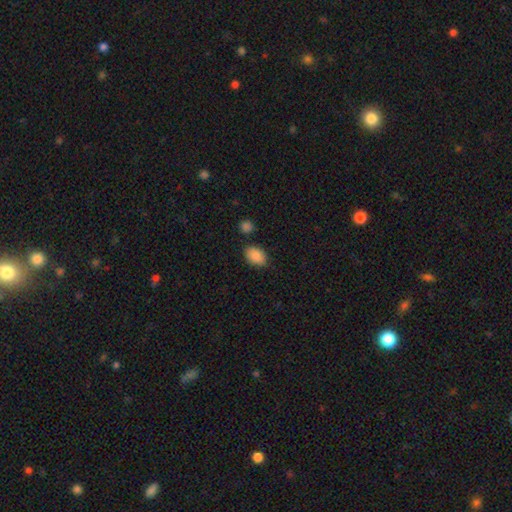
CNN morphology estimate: Q: Smooth or featured?
A: smooth (89%); runner-up: star or artifact (7%)
Q: How rounded?
A: in between (85%); runner-up: round (14%)
Q: Merging?
A: none (79%); runner-up: minor disturbance (13%)